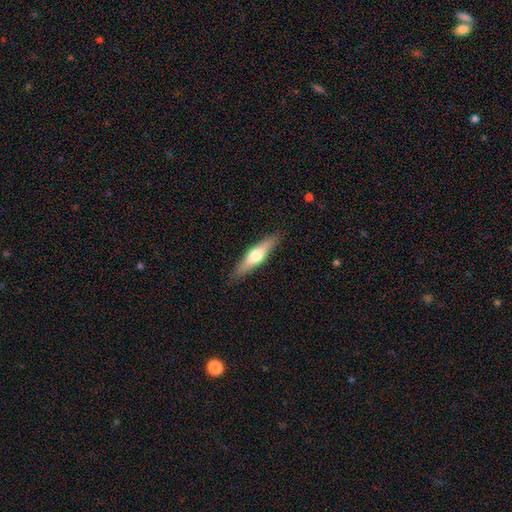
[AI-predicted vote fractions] The model was most divided on "smooth or featured": smooth: 50%, featured or disk: 45%, star or artifact: 5%. More confident: merging — none (88%).